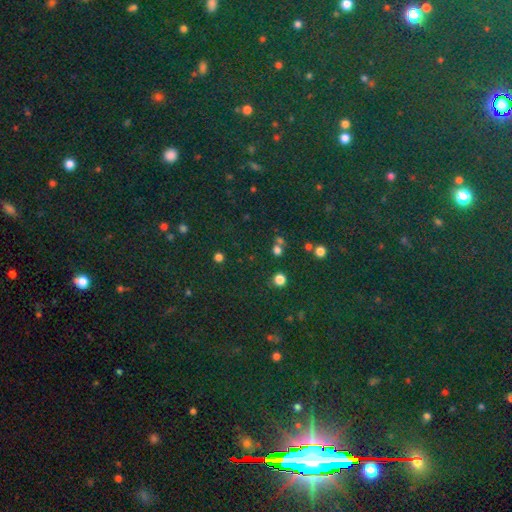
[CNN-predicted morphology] This is likely a star or artifact rather than a galaxy (78%).